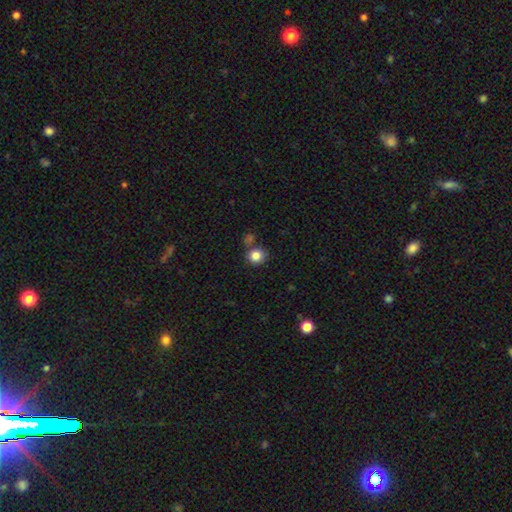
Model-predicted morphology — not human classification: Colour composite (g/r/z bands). It shows a smooth galaxy with no disk features (83%) that is round (87%). Merging: none (72%).